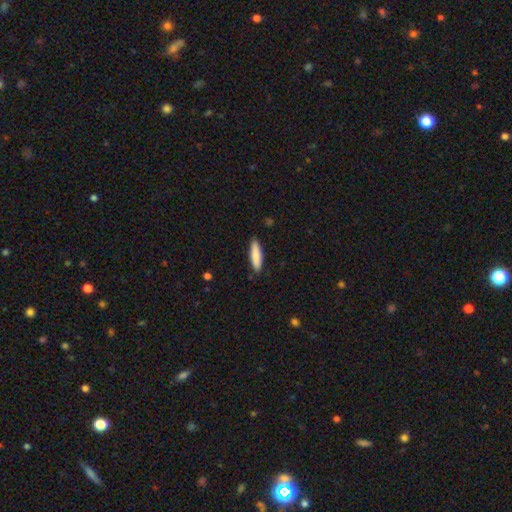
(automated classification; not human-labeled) This is clearly a smooth galaxy (85%). How rounded: likely cigar-shaped (69%). Merging: clearly none (88%).